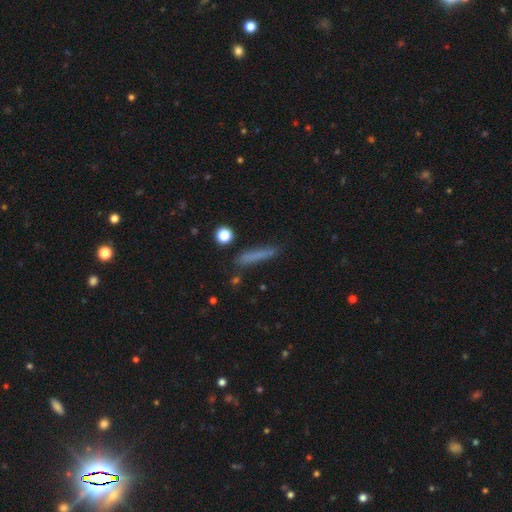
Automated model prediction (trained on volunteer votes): Smooth or featured? Predicted: smooth (p=0.72). How rounded? Predicted: cigar-shaped (p=0.91). Merging? Predicted: none (p=0.79).